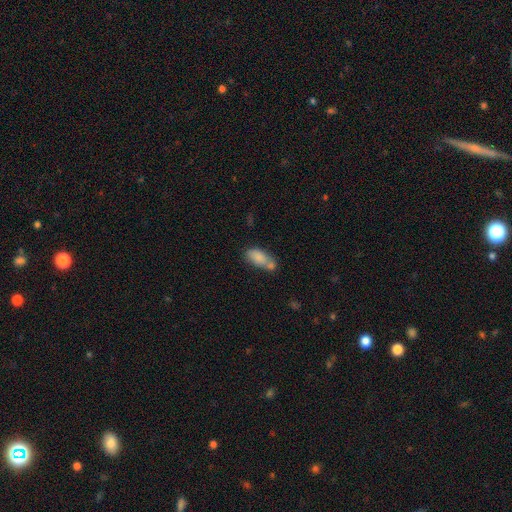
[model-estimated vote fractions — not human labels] smooth-or-featured: smooth: 78% | featured or disk: 12% | star or artifact: 10%
  how-rounded: in between: 86% | cigar-shaped: 9% | round: 5%
  merging: merger: 39% (tied) | none: 39% (tied) | minor disturbance: 16% | major disturbance: 6%